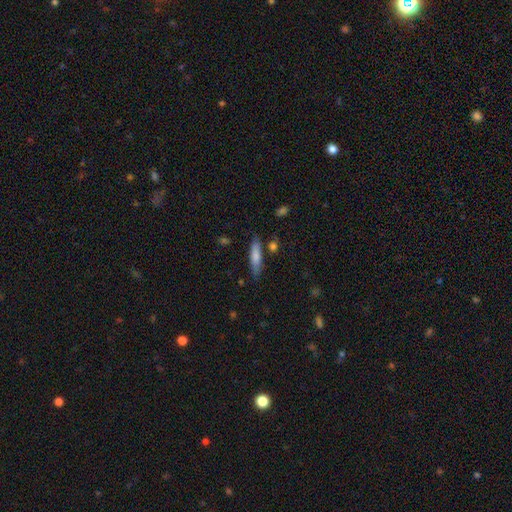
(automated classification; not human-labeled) Smooth or featured? smooth (77%)
How rounded? cigar-shaped (68%)
Merging? none (76%)